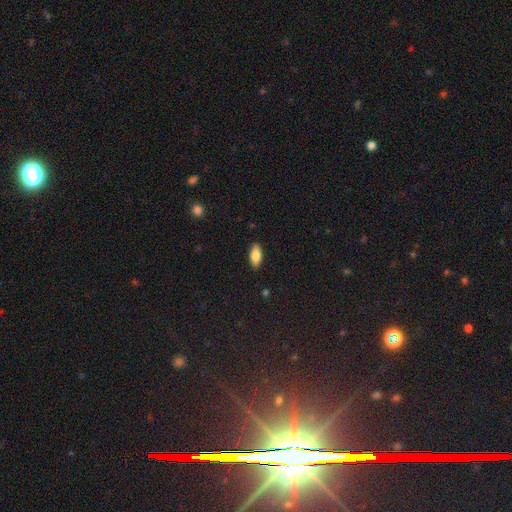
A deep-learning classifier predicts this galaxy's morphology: Smooth or featured? Predicted: smooth (p=0.78). How rounded? Predicted: in between (p=0.85). Merging? Predicted: none (p=0.89).